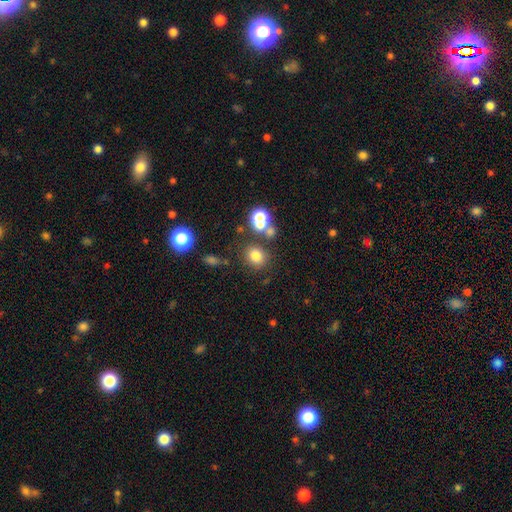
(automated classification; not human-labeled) The model was most divided on "how rounded": round: 77%, in between: 22%, cigar-shaped: 1%. More confident: smooth or featured — smooth (76%); merging — none (75%).